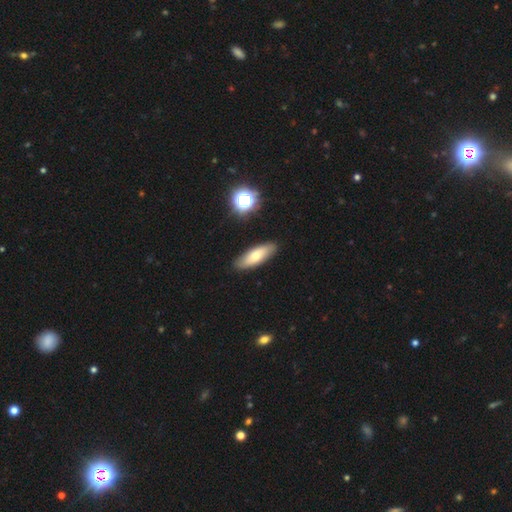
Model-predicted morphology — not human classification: A smooth galaxy with no disk features (66%) that is in between round and cigar-shaped (60%).

Vote fractions:
- Smooth or featured? smooth: 66% / featured or disk: 27% / star or artifact: 8%
- How rounded? in between: 60% / cigar-shaped: 37% / round: 3%
- Merging? none: 88% / minor disturbance: 9% / major disturbance: 2% / merger: 2%